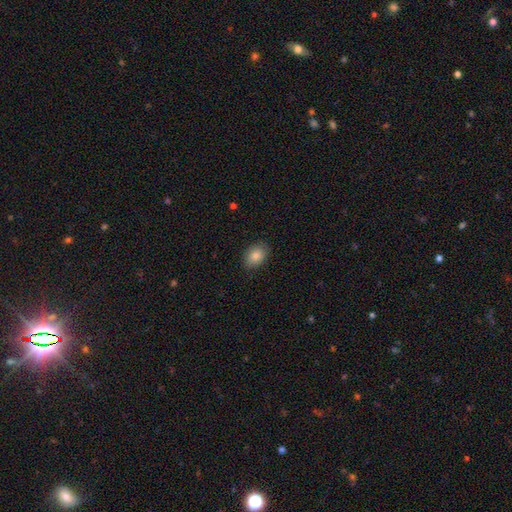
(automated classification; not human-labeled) Overall: smooth (84%). How rounded: in between (77%). Merging: none (87%).